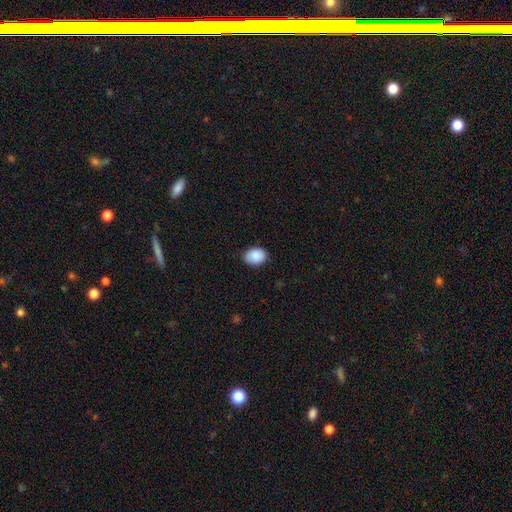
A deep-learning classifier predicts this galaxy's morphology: Smooth or featured? Predicted: smooth (p=0.87). How rounded? Predicted: in between (p=0.68). Merging? Predicted: none (p=0.84).